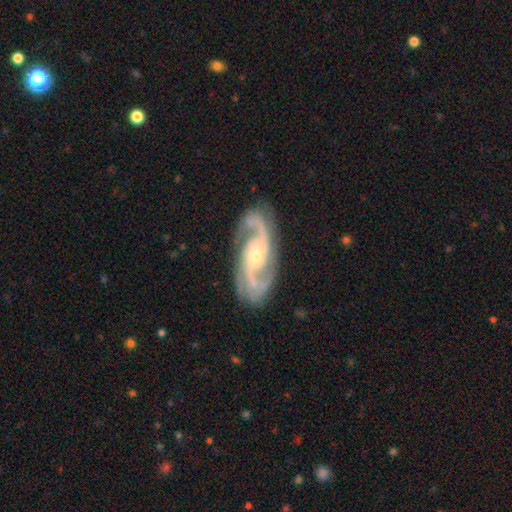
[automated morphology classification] A featured or disk galaxy (92%) with no bar (57%), 2 (81%) medium (58%) spiral arms (98%) and a small central bulge (61%). Merging: none (80%).